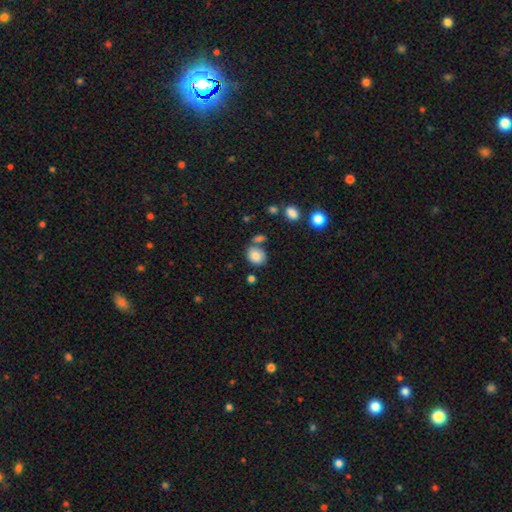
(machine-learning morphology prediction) Q: Smooth or featured?
A: smooth (84%); runner-up: star or artifact (9%)
Q: How rounded?
A: in between (51%); runner-up: round (48%)
Q: Merging?
A: none (61%); runner-up: merger (17%)